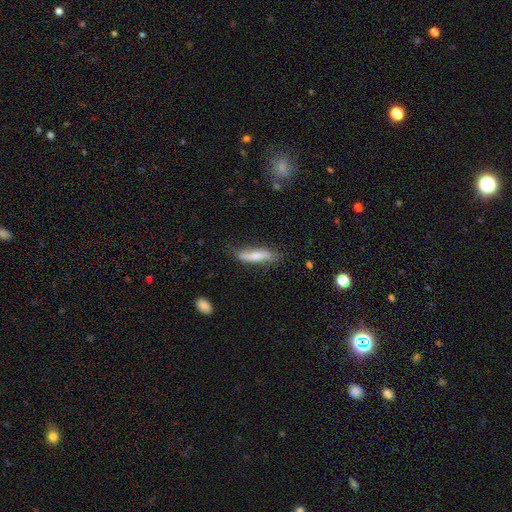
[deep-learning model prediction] smooth_or_featured: smooth (p=0.60) [alt: featured or disk p=0.34]
how_rounded: cigar-shaped (p=0.75) [alt: in between p=0.23]
merging: none (p=0.68) [alt: minor disturbance p=0.24]